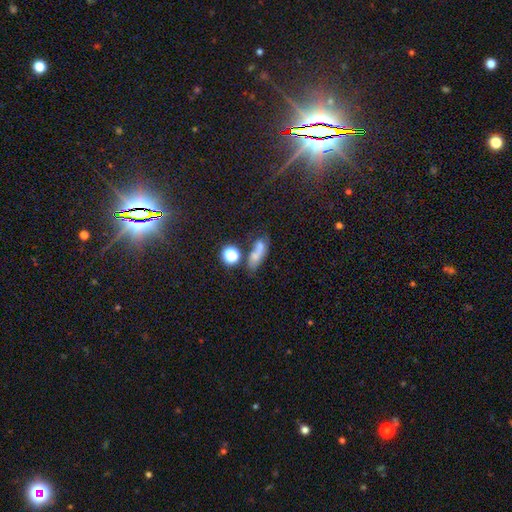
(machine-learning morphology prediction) Q: Smooth or featured?
A: smooth (59%); runner-up: star or artifact (22%)
Q: How rounded?
A: in between (53%); runner-up: cigar-shaped (24%)
Q: Merging?
A: none (41%); runner-up: merger (30%)